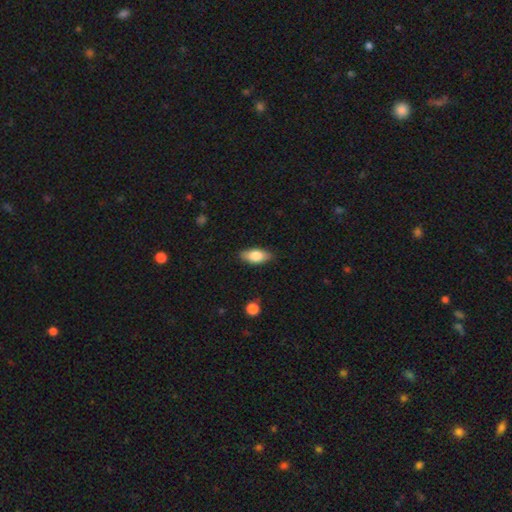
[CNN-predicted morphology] Smooth or featured?
  - smooth: 76% *
  - featured or disk: 17%
  - star or artifact: 7%
How rounded?
  - in between: 84% *
  - cigar-shaped: 13%
  - round: 3%
Merging?
  - none: 85% *
  - minor disturbance: 11%
  - major disturbance: 2%
  - merger: 1%